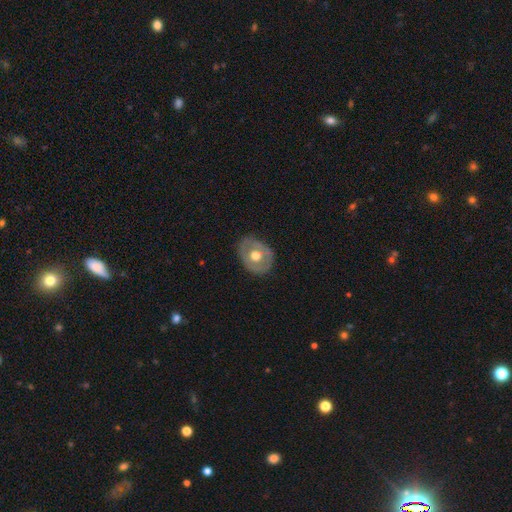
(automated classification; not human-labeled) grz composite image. It shows a featured or disk galaxy (51%). Merging: none (78%).